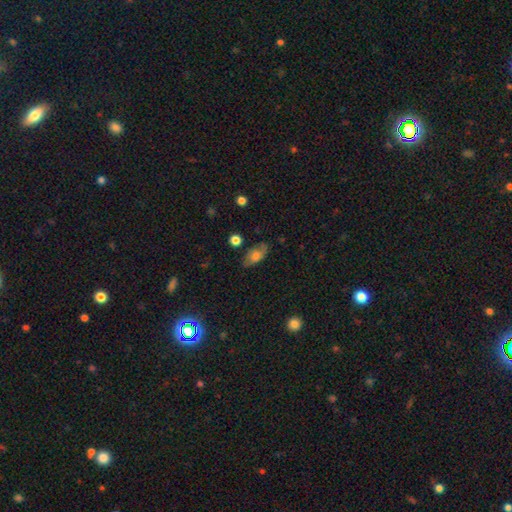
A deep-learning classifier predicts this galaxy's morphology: smooth 60%, featured or disk 30%, star or artifact 9%. Down the decision tree: how rounded — in between (86%); merging — none (69%).